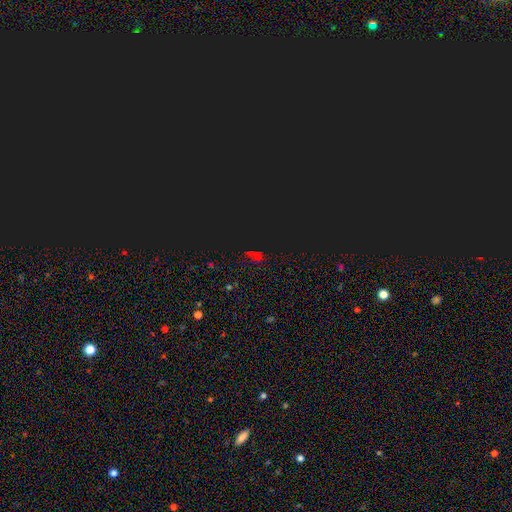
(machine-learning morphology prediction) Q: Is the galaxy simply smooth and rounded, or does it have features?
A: star or artifact — 73%.